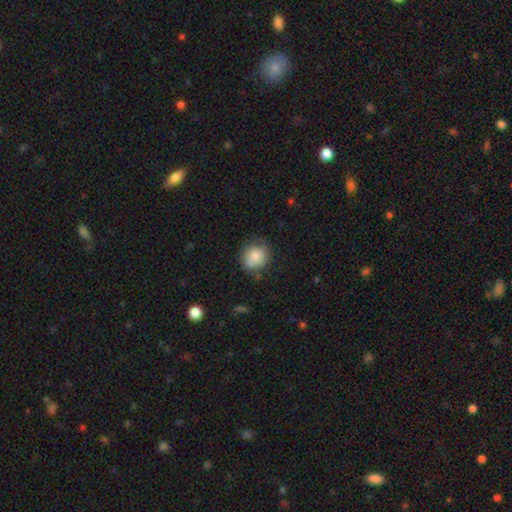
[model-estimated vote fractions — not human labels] smooth-or-featured: smooth: 80% | featured or disk: 12% | star or artifact: 8%
  how-rounded: round: 78% | in between: 22% | cigar-shaped: 1%
  merging: none: 65% | minor disturbance: 23% | major disturbance: 6% | merger: 6%